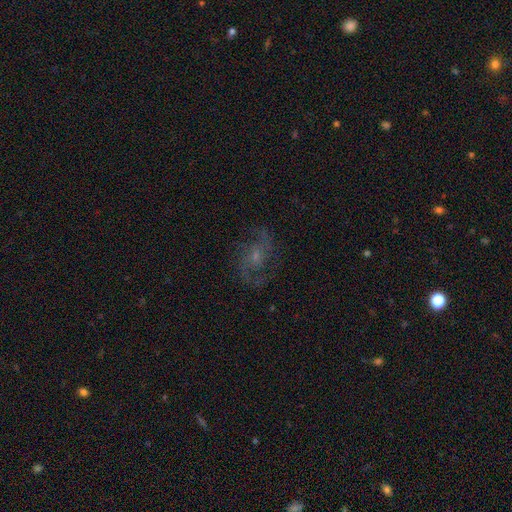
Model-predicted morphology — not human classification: smooth_or_featured: featured or disk (p=0.79) [alt: star or artifact p=0.11]
disk_edge_on: no (p=0.97) [alt: yes p=0.03]
bar: no (p=0.57) [alt: weak p=0.37]
has_spiral_arms: yes (p=0.95) [alt: no p=0.05]
spiral_winding: medium (p=0.52) [alt: loose p=0.34]
spiral_arm_count: 2 (p=0.81) [alt: can't tell p=0.07]
bulge_size: small (p=0.58) [alt: moderate p=0.30]
merging: none (p=0.73) [alt: minor disturbance p=0.15]